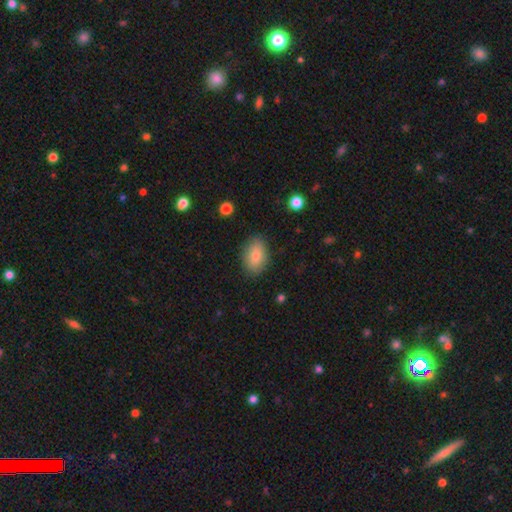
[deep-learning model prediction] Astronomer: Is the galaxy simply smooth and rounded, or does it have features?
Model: smooth — 77%.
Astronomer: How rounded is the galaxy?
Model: in between — 86%.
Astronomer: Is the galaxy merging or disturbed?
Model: none — 83%.